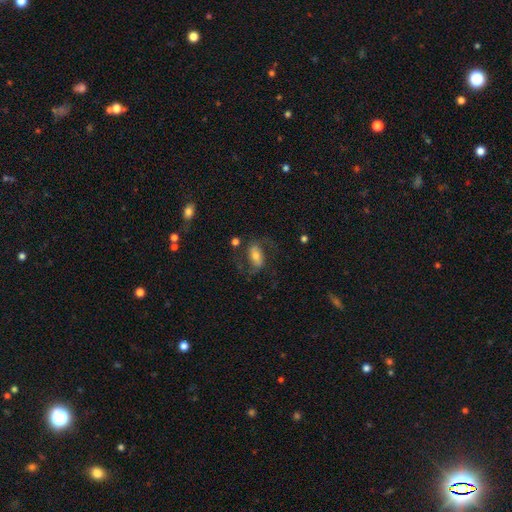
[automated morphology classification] This is likely a featured or disk galaxy (60%). It is clearly not viewed edge-on (95%). Bar: marginally strong (36%). Spiral arm pattern: clearly yes (87%). Central bulge: possibly moderate (50%). Merging: likely none (62%).